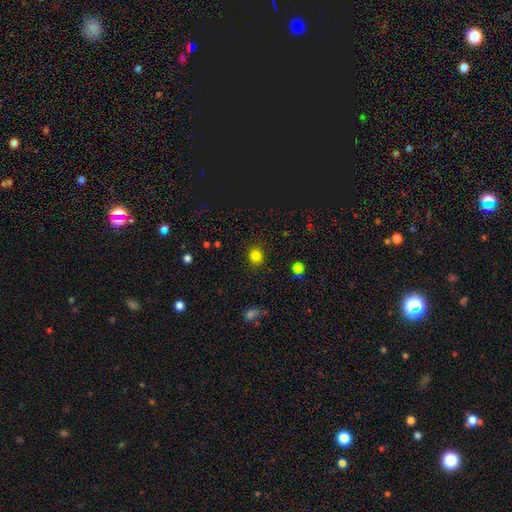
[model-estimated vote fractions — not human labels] Overall: smooth (82%). How rounded: round (81%). Merging: none (89%).